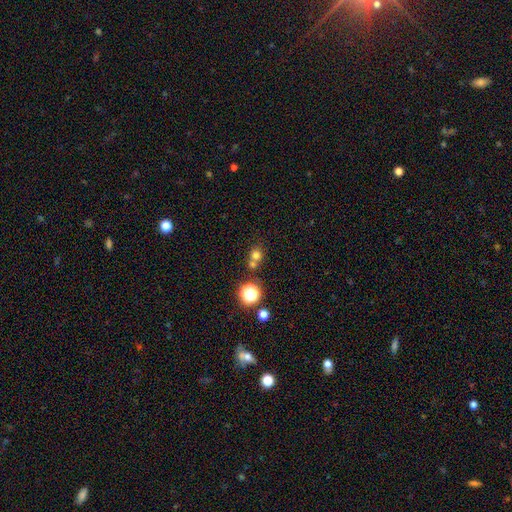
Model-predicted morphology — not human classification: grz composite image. It shows a smooth galaxy with no disk features (71%) that is round (84%). Merging: none (53%).